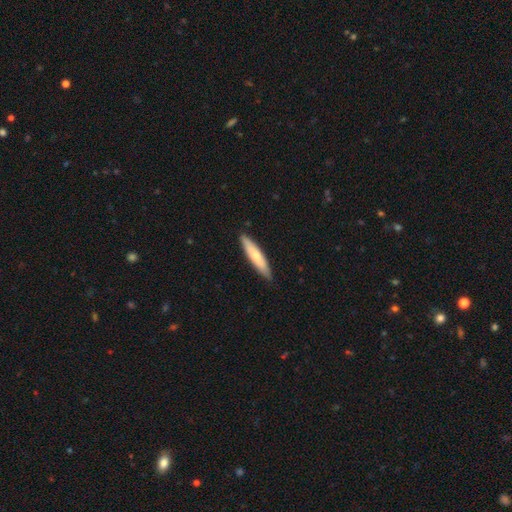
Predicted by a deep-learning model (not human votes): Smooth or featured: smooth — 67% (featured or disk — 28%)
How rounded: cigar-shaped — 85% (in between — 14%)
Merging: none — 88% (minor disturbance — 10%)